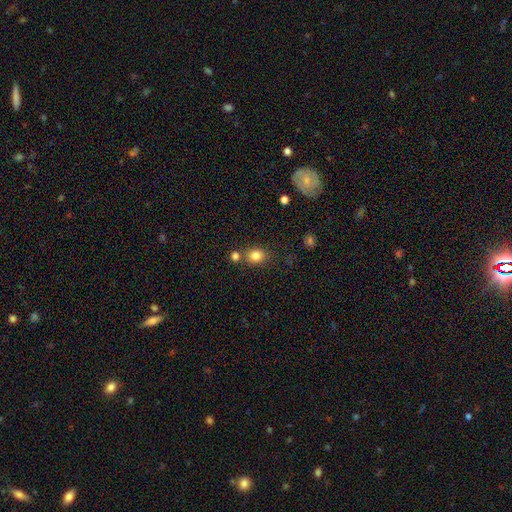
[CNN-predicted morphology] smooth-or-featured: smooth: 82% | star or artifact: 12% | featured or disk: 7%
  how-rounded: round: 62% | in between: 37% | cigar-shaped: 1%
  merging: none: 65% | merger: 20% | minor disturbance: 11% | major disturbance: 4%